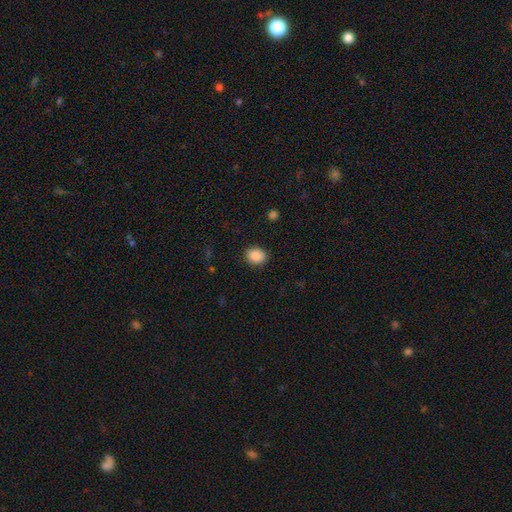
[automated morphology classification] smooth 88%, star or artifact 9%, featured or disk 3%. Down the decision tree: how rounded — round (59%); merging — none (87%).